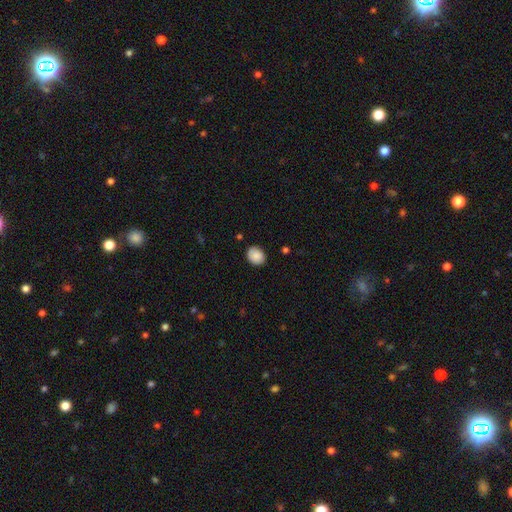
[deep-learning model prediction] This appears to be a smooth galaxy with no disk features (88%) that is round (56%). Merging: none (85%).